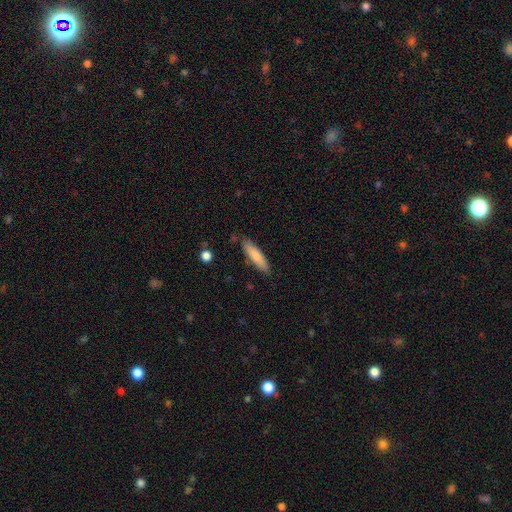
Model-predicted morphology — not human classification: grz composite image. It shows a smooth galaxy with no disk features (79%) that is cigar-shaped (69%). Merging: none (81%).